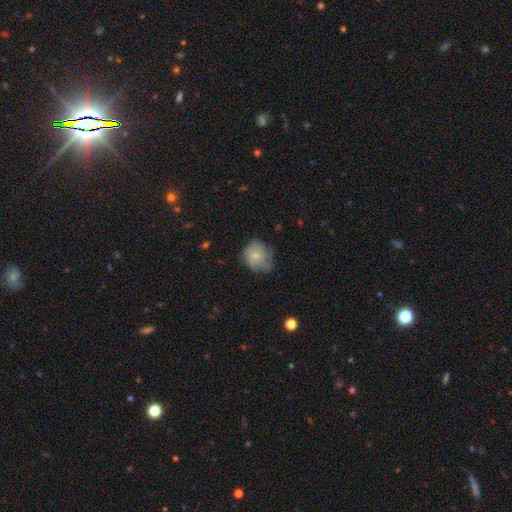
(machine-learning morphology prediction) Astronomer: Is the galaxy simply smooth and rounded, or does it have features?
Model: smooth — 65%.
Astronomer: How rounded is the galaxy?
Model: round — 72%.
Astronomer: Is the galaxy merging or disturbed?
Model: none — 51% (runner-up: minor disturbance, 33%).